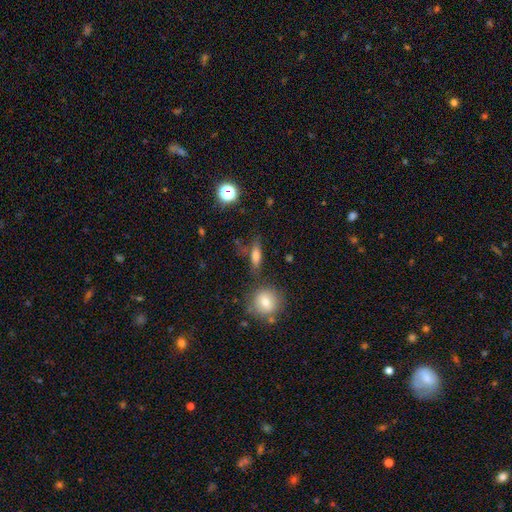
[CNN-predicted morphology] smooth_or_featured: smooth (p=0.68) [alt: featured or disk p=0.19]
how_rounded: in between (p=0.49) [alt: cigar-shaped p=0.43]
merging: none (p=0.64) [alt: minor disturbance p=0.18]